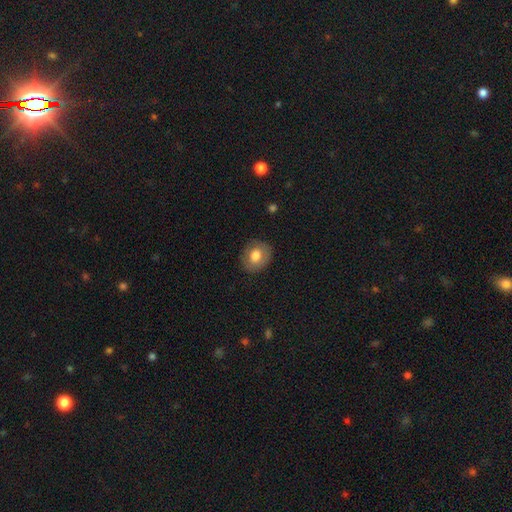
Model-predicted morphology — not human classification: Smooth or featured: smooth — 73% (featured or disk — 20%)
How rounded: round — 62% (in between — 38%)
Merging: none — 84% (minor disturbance — 11%)